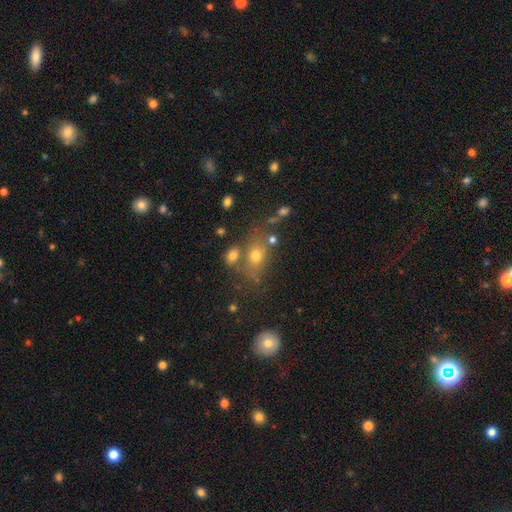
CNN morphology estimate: smooth-or-featured: smooth: 66% | featured or disk: 17% | star or artifact: 17%
  how-rounded: in between: 63% | round: 34% | cigar-shaped: 4%
  merging: none: 54% | merger: 23% | minor disturbance: 14% | major disturbance: 8%